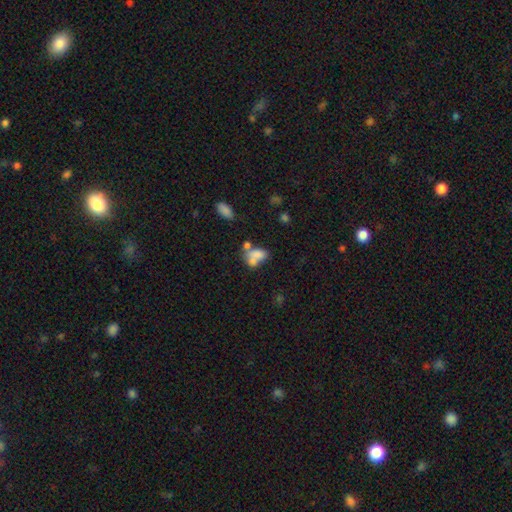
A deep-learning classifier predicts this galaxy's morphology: Smooth or featured? Predicted: smooth (p=0.68). How rounded? Predicted: in between (p=0.79). Merging? Predicted: merger (p=0.55).